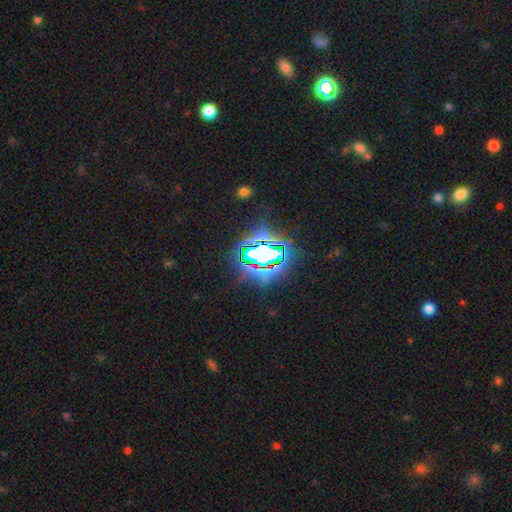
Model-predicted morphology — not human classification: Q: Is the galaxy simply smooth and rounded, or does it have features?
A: star or artifact — 73%.